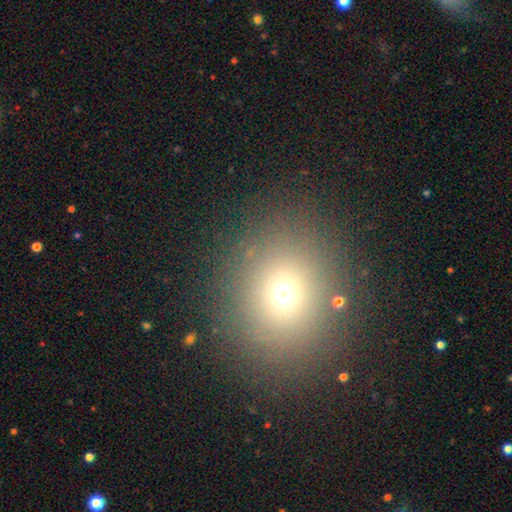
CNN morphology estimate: Smooth or featured: smooth — 66% (star or artifact — 23%)
How rounded: round — 73% (in between — 26%)
Merging: none — 87% (minor disturbance — 7%)